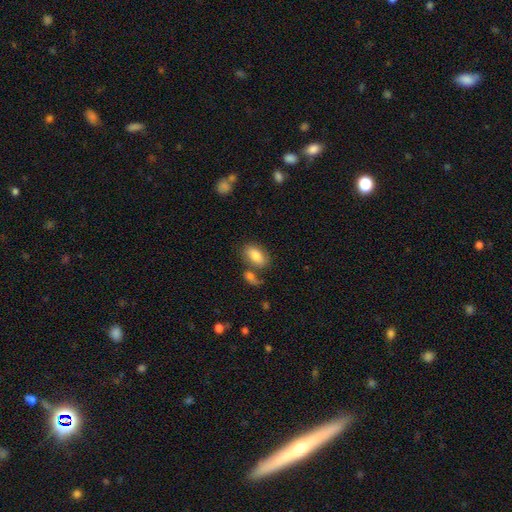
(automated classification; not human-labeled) This appears to be a smooth galaxy with no disk features (81%) that is in between round and cigar-shaped (92%). Merging: none (60%).